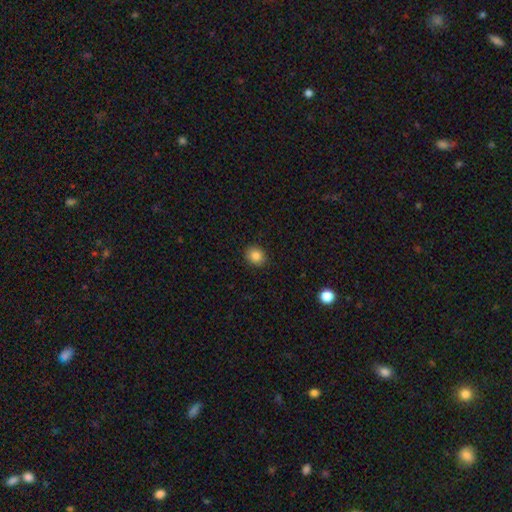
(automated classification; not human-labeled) Q: Smooth or featured?
A: smooth (84%); runner-up: star or artifact (10%)
Q: How rounded?
A: round (68%); runner-up: in between (31%)
Q: Merging?
A: none (90%); runner-up: minor disturbance (7%)